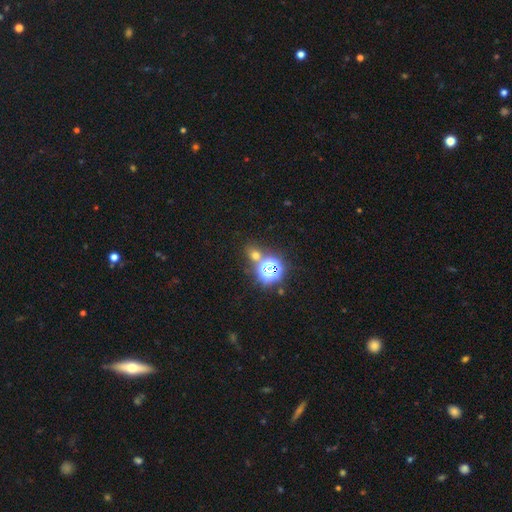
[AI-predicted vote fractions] Morphology: type=smooth (50%); roundness=round (70%); merging=none (67%).